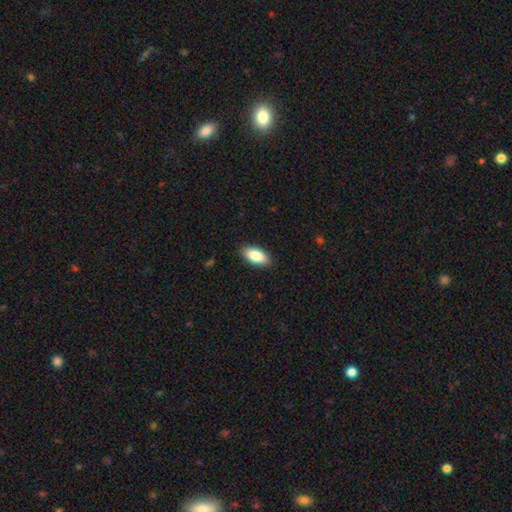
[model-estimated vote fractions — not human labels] The model was most divided on "smooth or featured": smooth: 84%, featured or disk: 10%, star or artifact: 6%. More confident: how rounded — in between (90%); merging — none (88%).